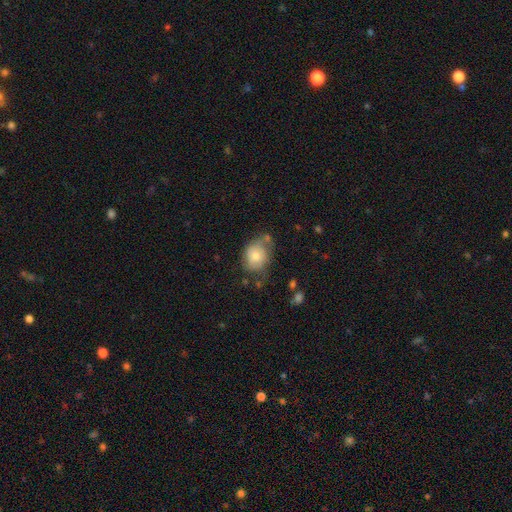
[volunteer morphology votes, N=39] smooth-or-featured: smooth: 69% | featured or disk: 21% | star or artifact: 10%
  how-rounded: in between: 56% | round: 44% | cigar-shaped: 0%
  merging: none: 49% | minor disturbance: 23% | major disturbance: 17% | merger: 11%